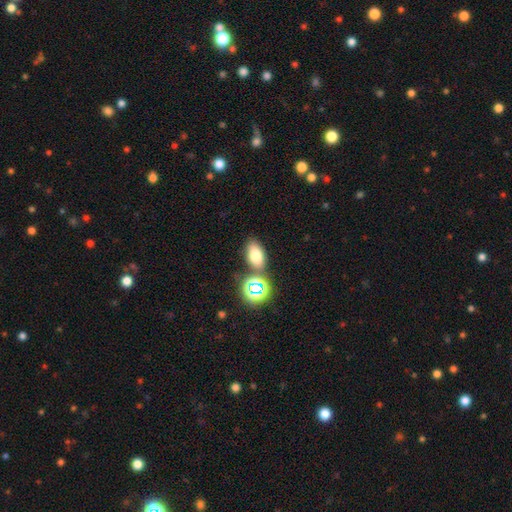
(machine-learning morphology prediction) Smooth or featured? smooth (72%)
How rounded? in between (82%)
Merging? none (72%)